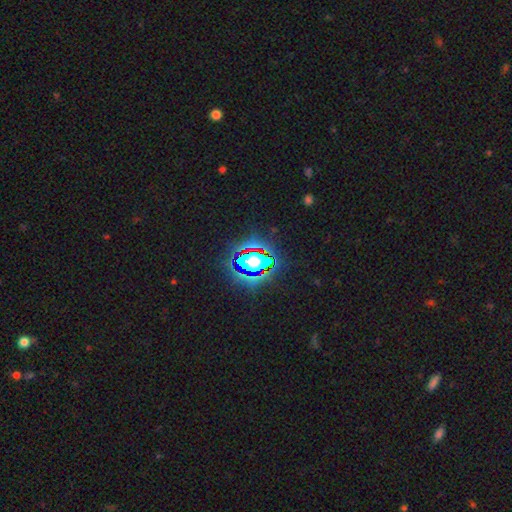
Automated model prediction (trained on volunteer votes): smooth-or-featured: star or artifact: 75% | smooth: 15% | featured or disk: 10%